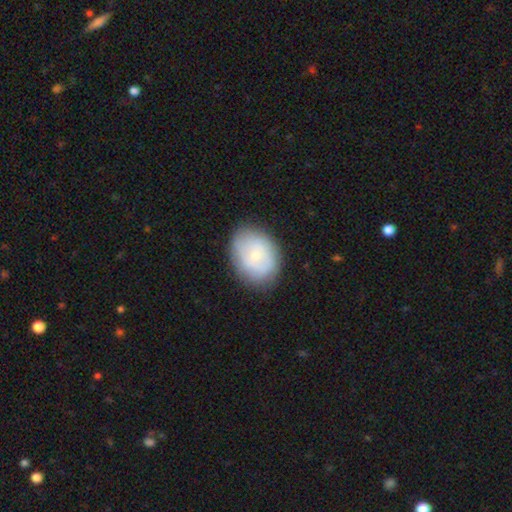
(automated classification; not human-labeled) smooth-or-featured: smooth: 62% | featured or disk: 31% | star or artifact: 7%
  how-rounded: in between: 65% | round: 34% | cigar-shaped: 1%
  merging: none: 78% | minor disturbance: 16% | major disturbance: 5% | merger: 1%